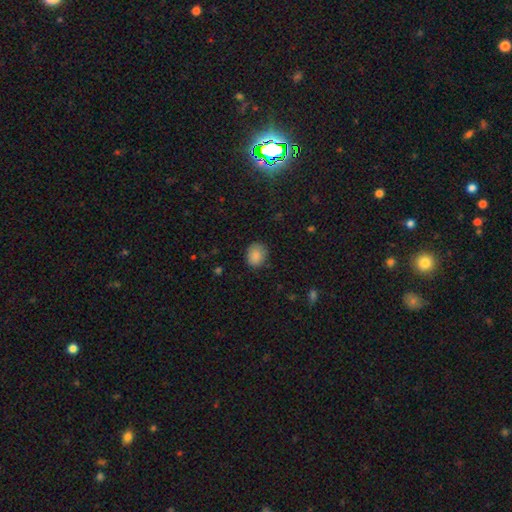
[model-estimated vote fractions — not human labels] This appears to be a smooth galaxy with no disk features (85%) that is round (55%). Merging: none (81%).